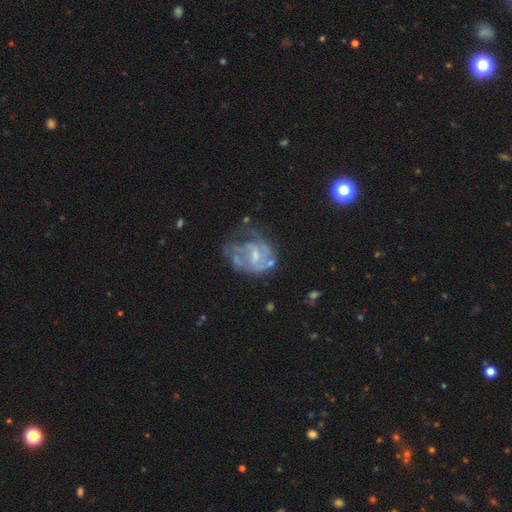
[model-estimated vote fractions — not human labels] The model was most divided on "merging": none: 35%, major disturbance: 34%, minor disturbance: 24%, merger: 7%. Remaining: edge-on disk — no (98%); smooth or featured — featured or disk (78%); spiral arms — yes (74%); bar — weak (49%); bulge size — small (48%); spiral winding — medium (42%); spiral arm count — can't tell (39%).